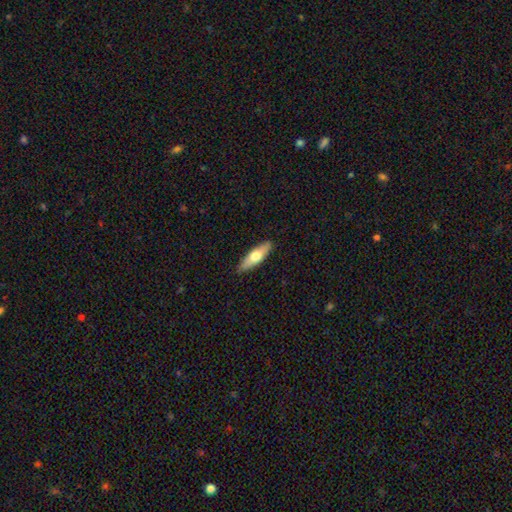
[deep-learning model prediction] smooth_or_featured: smooth (p=0.59) [alt: featured or disk p=0.36]
how_rounded: cigar-shaped (p=0.59) [alt: in between p=0.39]
merging: none (p=0.89) [alt: minor disturbance p=0.09]